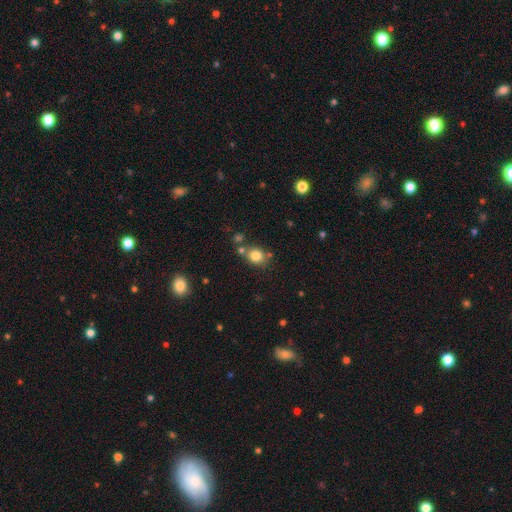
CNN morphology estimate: smooth_or_featured: smooth (p=0.81) [alt: star or artifact p=0.12]
how_rounded: round (p=0.68) [alt: in between p=0.31]
merging: none (p=0.68) [alt: merger p=0.15]